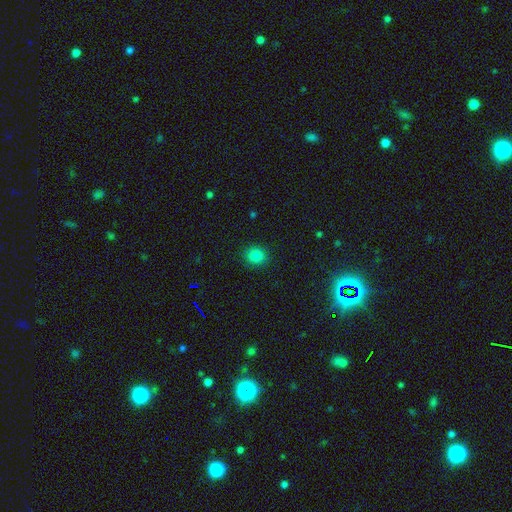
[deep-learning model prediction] This is clearly a smooth galaxy (84%). How rounded: likely round (78%). Merging: clearly none (89%).